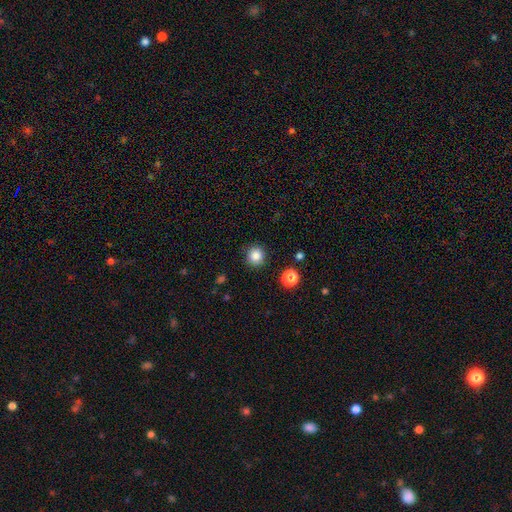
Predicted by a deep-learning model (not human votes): This appears to be a smooth galaxy with no disk features (85%) that is round (93%). Merging: none (89%).